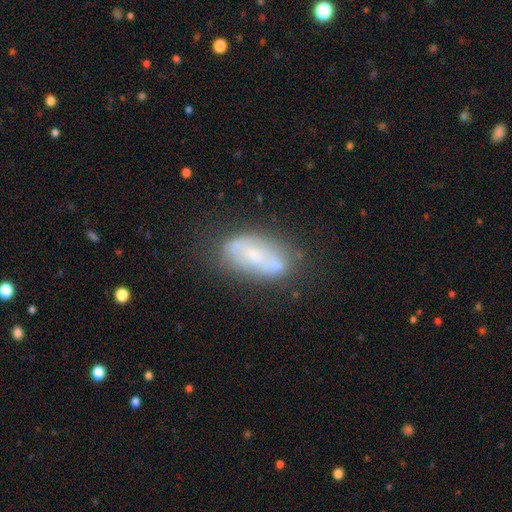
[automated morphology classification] type=featured or disk (49%); merging=none (61%).